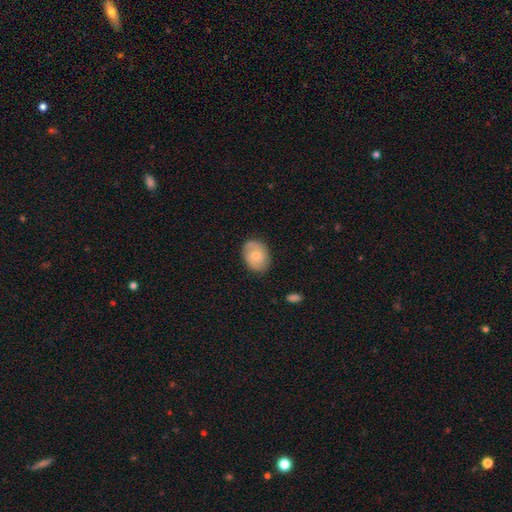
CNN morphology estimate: Smooth or featured? smooth (62%)
How rounded? in between (62%)
Merging? none (77%)